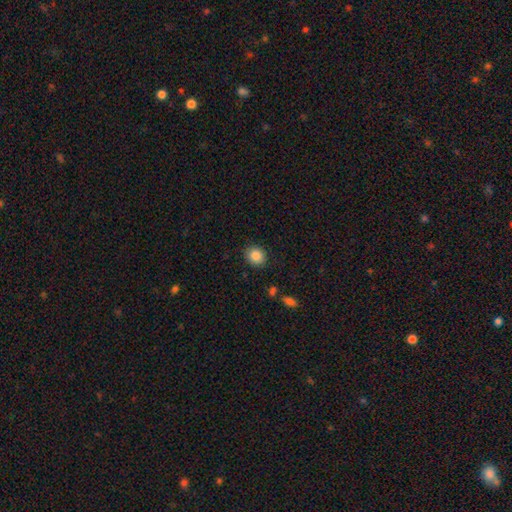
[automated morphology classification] Overall: smooth (86%). How rounded: round (75%). Merging: none (89%).